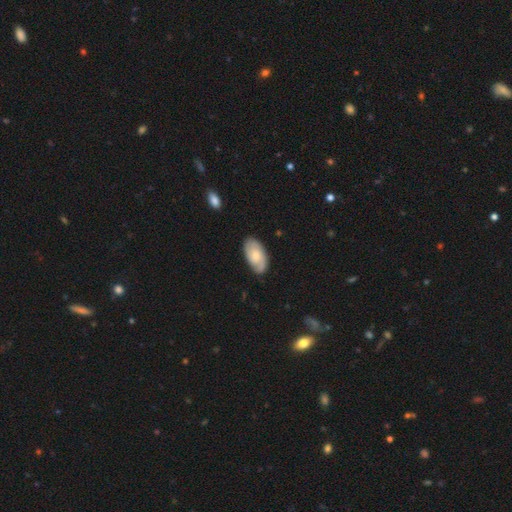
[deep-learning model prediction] This is possibly a featured or disk galaxy (54%). It is clearly not viewed edge-on (94%). Bar: likely no (72%). Spiral arm pattern: clearly yes (87%). Central bulge: possibly small (49%). Merging: clearly none (81%).